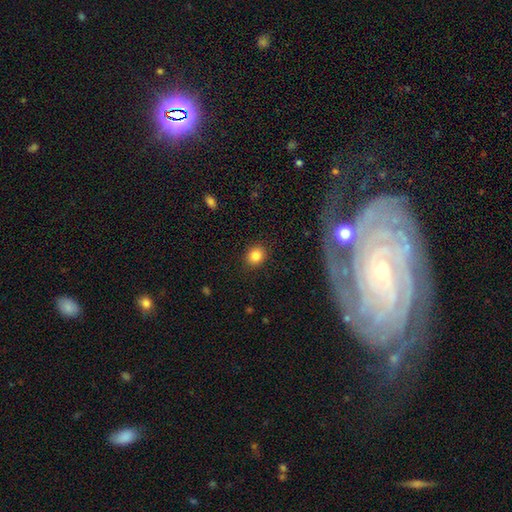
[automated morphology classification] Smooth or featured: smooth — 84% (star or artifact — 10%)
How rounded: round — 62% (in between — 37%)
Merging: none — 89% (minor disturbance — 8%)